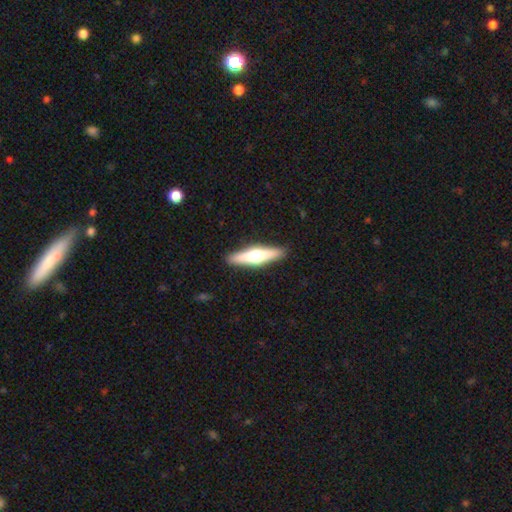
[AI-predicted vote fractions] featured or disk 57%, smooth 38%, star or artifact 5%. Down the decision tree: edge-on disk — yes (96%); edge-on bulge — rounded (93%); merging — none (91%).